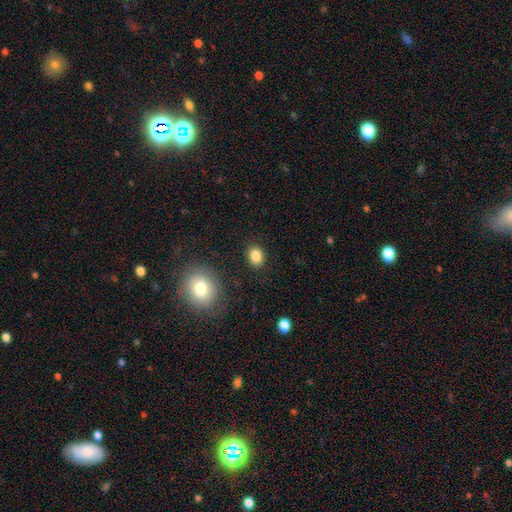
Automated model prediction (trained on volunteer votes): Smooth or featured: smooth — 85% (star or artifact — 10%)
How rounded: in between — 60% (round — 39%)
Merging: none — 87% (minor disturbance — 9%)